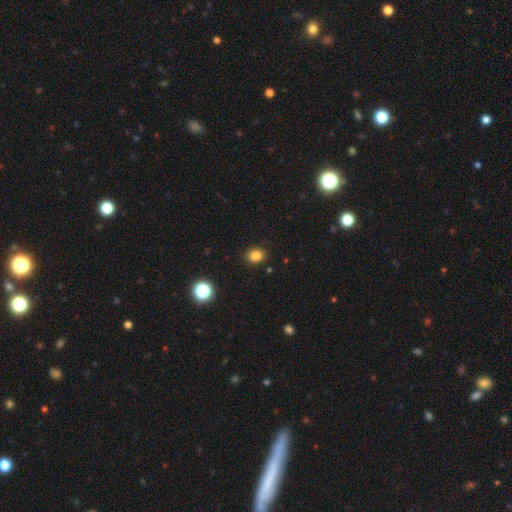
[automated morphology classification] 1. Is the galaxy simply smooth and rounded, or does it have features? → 83% smooth, 13% star or artifact, 5% featured or disk.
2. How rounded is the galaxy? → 54% round, 46% in between, 1% cigar-shaped.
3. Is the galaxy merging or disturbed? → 89% none, 8% minor disturbance, 2% major disturbance, 1% merger.